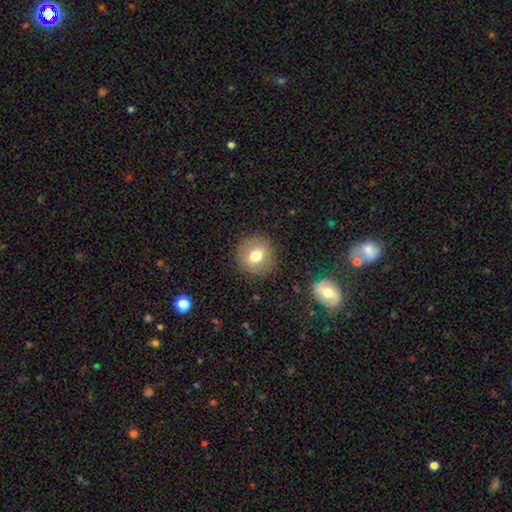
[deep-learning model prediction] Smooth or featured? Predicted: smooth (p=0.71). How rounded? Predicted: round (p=0.86). Merging? Predicted: none (p=0.87).